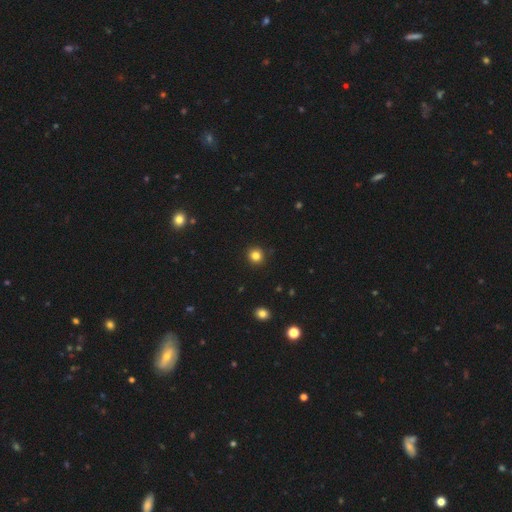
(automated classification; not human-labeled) Q: Smooth or featured?
A: smooth (82%); runner-up: star or artifact (13%)
Q: How rounded?
A: round (92%); runner-up: in between (7%)
Q: Merging?
A: none (92%); runner-up: minor disturbance (6%)